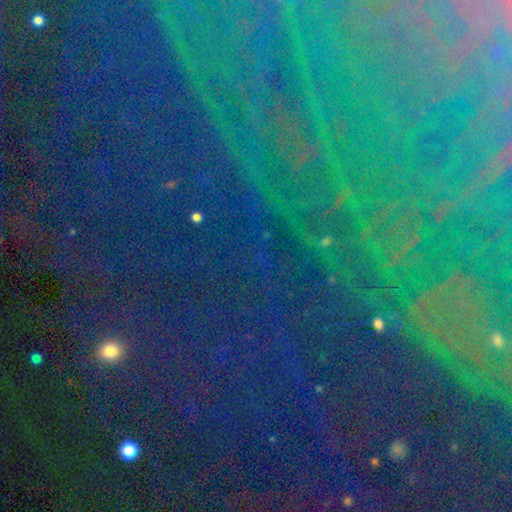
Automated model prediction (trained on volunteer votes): smooth-or-featured: star or artifact: 75% | smooth: 13% | featured or disk: 12%